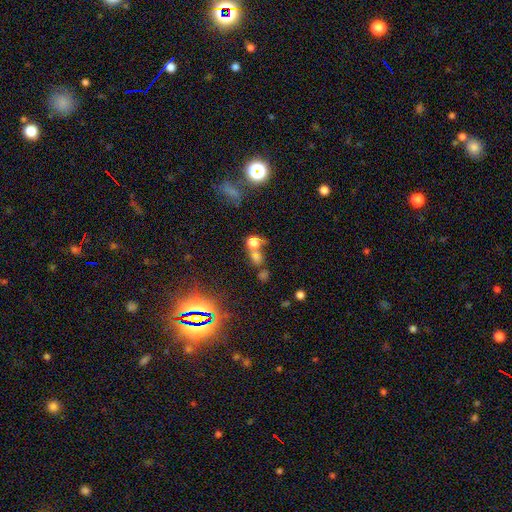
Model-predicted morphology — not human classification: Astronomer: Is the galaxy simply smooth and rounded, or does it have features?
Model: smooth — 59%.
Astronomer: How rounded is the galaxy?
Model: round — 76%.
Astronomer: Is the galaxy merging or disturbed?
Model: none — 47% (runner-up: merger, 38%).